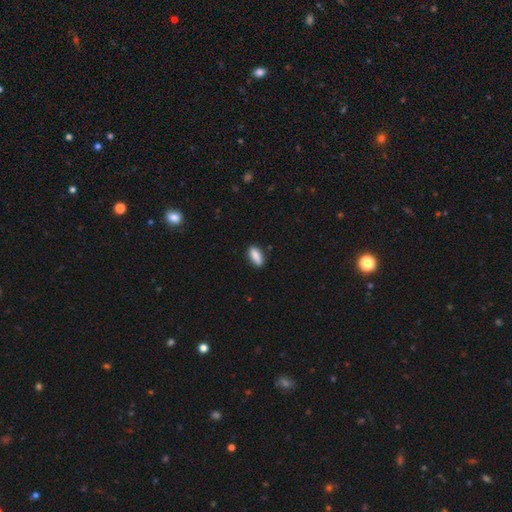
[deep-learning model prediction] Morphology: type=smooth (88%); roundness=in between (78%); merging=none (86%).